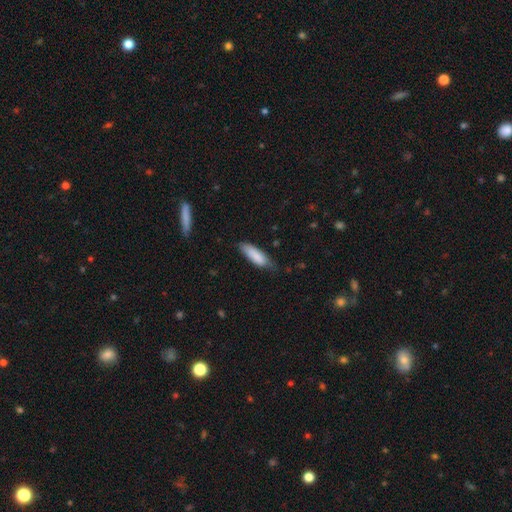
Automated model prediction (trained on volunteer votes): Smooth or featured? Predicted: smooth (p=0.84). How rounded? Predicted: in between (p=0.57). Merging? Predicted: none (p=0.62).